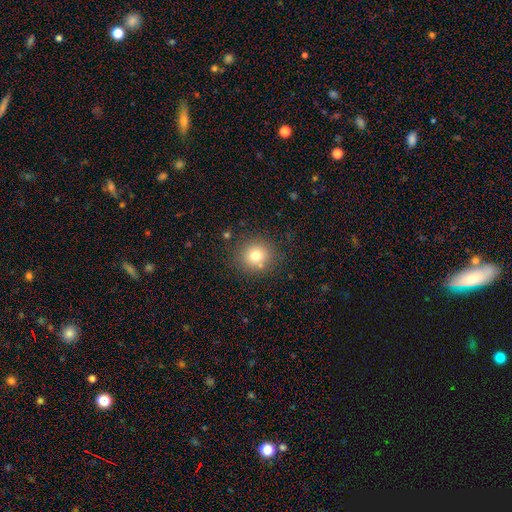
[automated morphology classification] Smooth or featured? Predicted: smooth (p=0.76). How rounded? Predicted: round (p=0.90). Merging? Predicted: none (p=0.83).